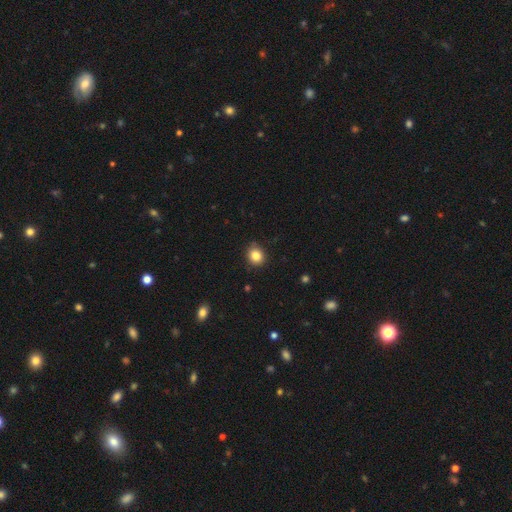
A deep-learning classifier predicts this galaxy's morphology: smooth 84%, star or artifact 11%, featured or disk 5%. Down the decision tree: how rounded — round (79%); merging — none (85%).